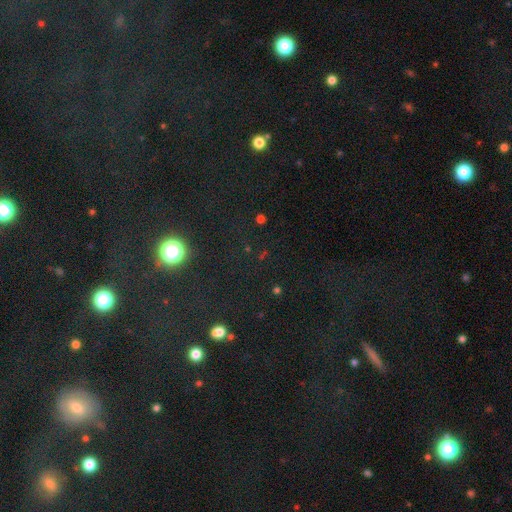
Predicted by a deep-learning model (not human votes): Smooth or featured? star or artifact (70%)